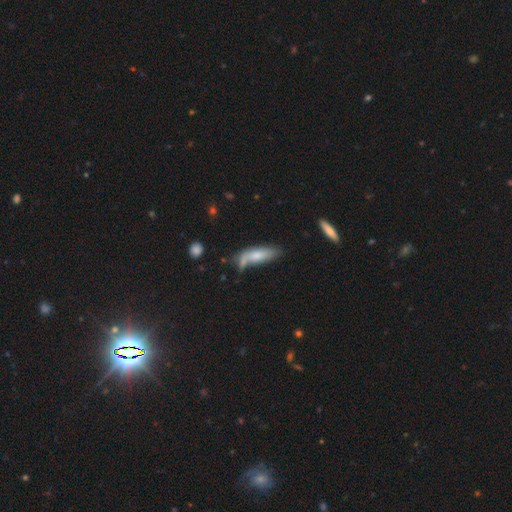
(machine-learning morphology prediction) Smooth or featured?
  - smooth: 67% *
  - featured or disk: 26%
  - star or artifact: 7%
How rounded?
  - in between: 52% *
  - cigar-shaped: 46%
  - round: 2%
Merging?
  - none: 42% *
  - minor disturbance: 28%
  - merger: 15%
  - major disturbance: 15%